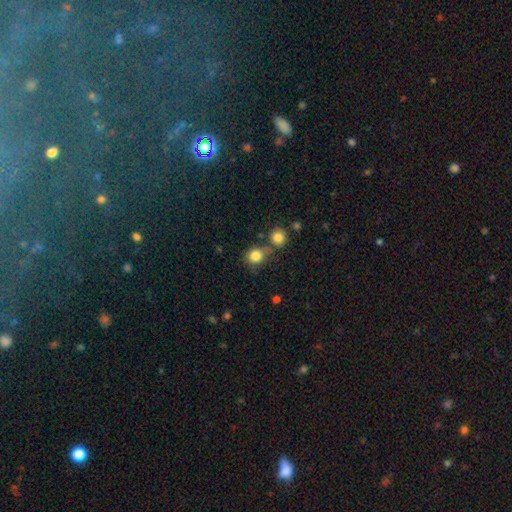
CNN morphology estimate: smooth_or_featured: smooth (p=0.83) [alt: star or artifact p=0.10]
how_rounded: round (p=0.72) [alt: in between p=0.27]
merging: none (p=0.57) [alt: merger p=0.23]